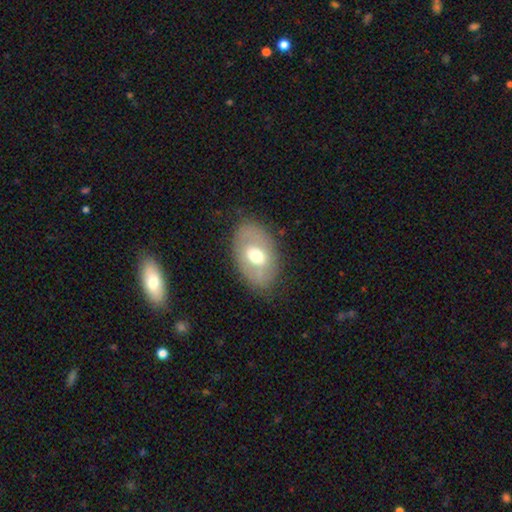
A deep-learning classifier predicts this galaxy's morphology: Overall: smooth (53%; featured or disk 40%). How rounded: in between (85%). Merging: none (77%).